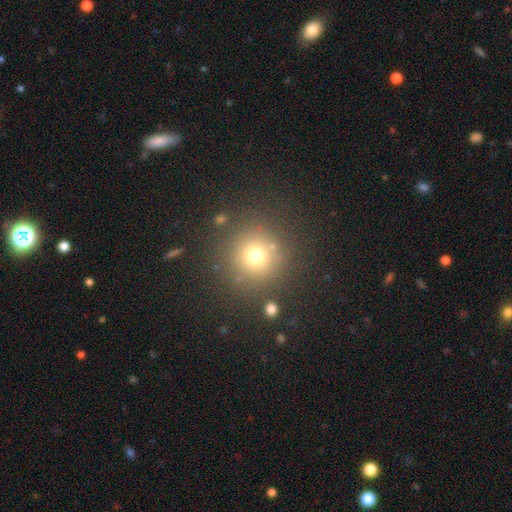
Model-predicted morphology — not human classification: Smooth or featured?
  - smooth: 70% *
  - star or artifact: 19%
  - featured or disk: 11%
How rounded?
  - round: 94% *
  - in between: 5%
  - cigar-shaped: 1%
Merging?
  - none: 84% *
  - minor disturbance: 8%
  - major disturbance: 4%
  - merger: 4%